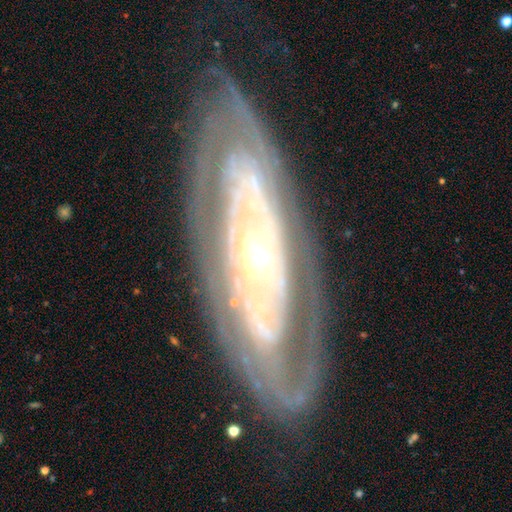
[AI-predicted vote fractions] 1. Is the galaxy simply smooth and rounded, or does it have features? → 86% featured or disk, 9% smooth, 5% star or artifact.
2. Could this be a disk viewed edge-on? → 86% no, 14% yes.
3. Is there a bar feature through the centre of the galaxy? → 73% no, 15% weak, 12% strong.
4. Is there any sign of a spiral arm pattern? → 81% yes, 19% no.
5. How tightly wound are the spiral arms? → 74% tight, 20% medium, 6% loose.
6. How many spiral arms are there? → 44% can't tell, 31% 2, 9% 3, 6% 4, 6% more than 4, 5% 1.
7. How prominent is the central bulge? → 59% small, 35% moderate, 4% large, 1% dominant, 1% none.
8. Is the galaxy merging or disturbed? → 78% none, 14% minor disturbance, 7% major disturbance, 2% merger.